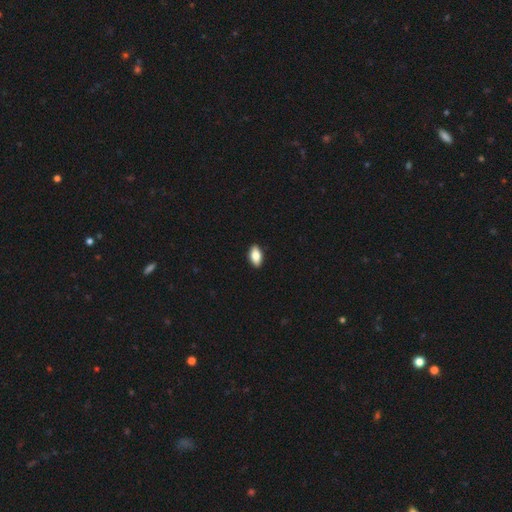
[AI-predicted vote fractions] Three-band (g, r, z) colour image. It shows a smooth galaxy with no disk features (84%) that is in between round and cigar-shaped (91%). Merging: none (91%).